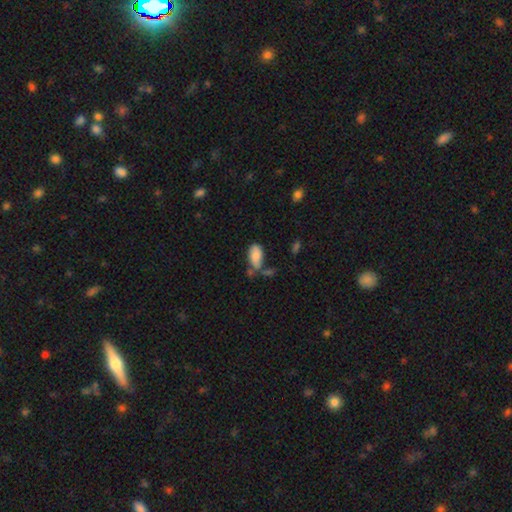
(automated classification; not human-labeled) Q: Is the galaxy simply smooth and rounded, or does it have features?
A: smooth — 80%.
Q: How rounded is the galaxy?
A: in between — 93%.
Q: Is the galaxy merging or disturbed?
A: none — 42%.